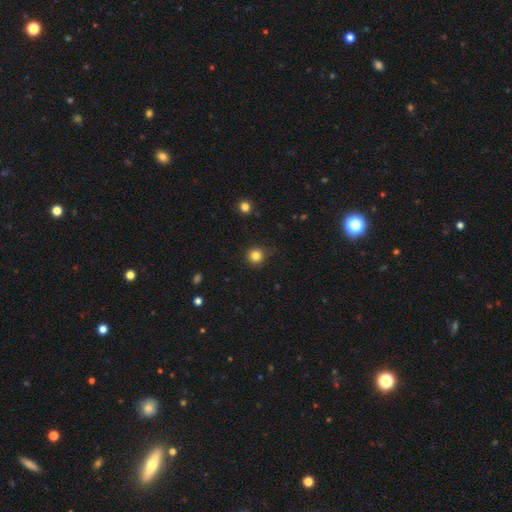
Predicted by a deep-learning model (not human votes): A smooth galaxy with no disk features (82%) that is round (93%). Merging: none (84%).